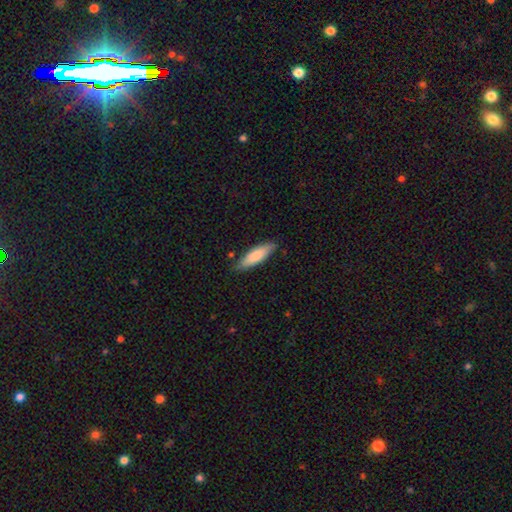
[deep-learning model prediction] Smooth or featured? Predicted: smooth (p=0.82). How rounded? Predicted: cigar-shaped (p=0.59). Merging? Predicted: none (p=0.82).